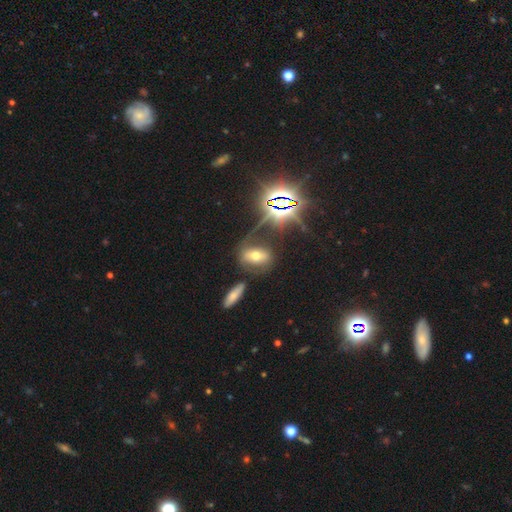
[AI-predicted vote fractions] smooth 43%, featured or disk 29%, star or artifact 28%. Down the decision tree: merging — none (64%).